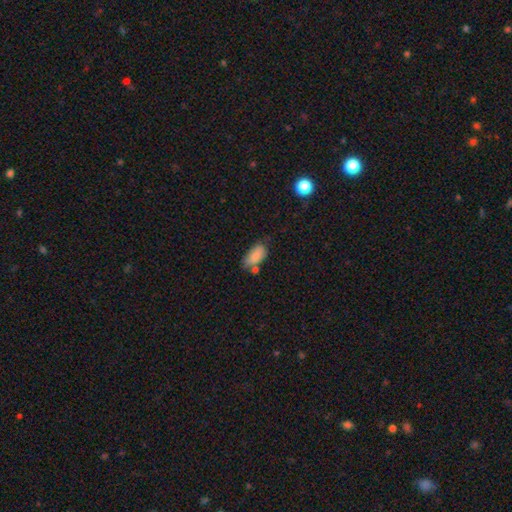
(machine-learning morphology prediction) This is clearly a smooth galaxy (81%). How rounded: clearly in between (91%). Merging: possibly none (50%).